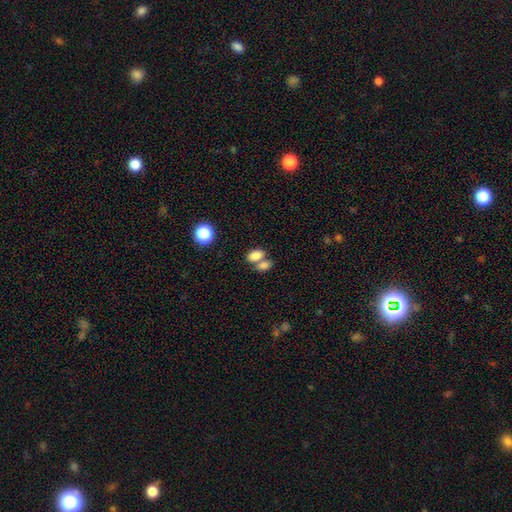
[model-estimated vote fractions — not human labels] Smooth or featured? Predicted: smooth (p=0.82). How rounded? Predicted: in between (p=0.86). Merging? Predicted: merger (p=0.51).